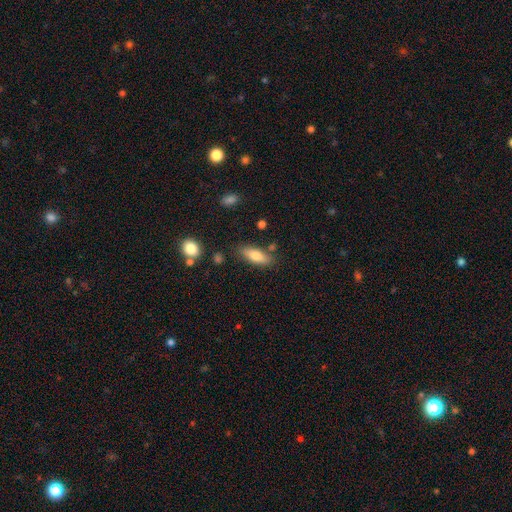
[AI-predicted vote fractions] Overall: smooth (74%). How rounded: in between (66%; cigar-shaped 31%). Merging: none (77%).